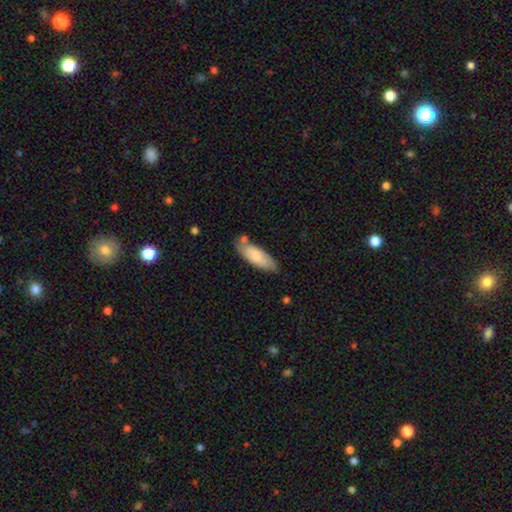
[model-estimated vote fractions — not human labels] Smooth or featured? Predicted: smooth (p=0.77). How rounded? Predicted: in between (p=0.64). Merging? Predicted: none (p=0.69).